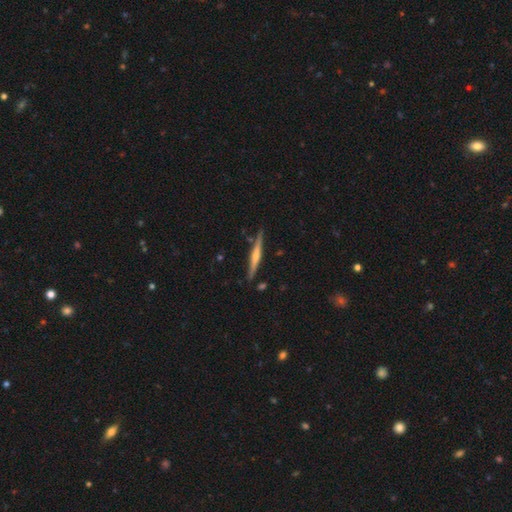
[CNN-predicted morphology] Smooth or featured? Predicted: featured or disk (p=0.67). Edge-on disk? Predicted: yes (p=0.98). Edge-on bulge? Predicted: rounded (p=0.72). Merging? Predicted: none (p=0.87).